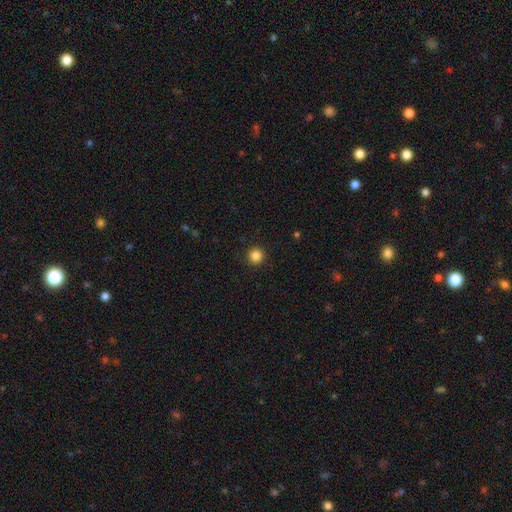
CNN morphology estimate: Smooth or featured: smooth — 85% (star or artifact — 12%)
How rounded: round — 96% (in between — 3%)
Merging: none — 92% (minor disturbance — 5%)